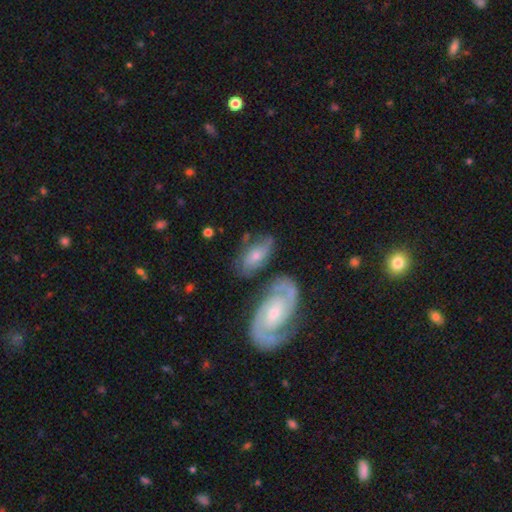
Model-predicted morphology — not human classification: This appears to be a featured or disk galaxy (60%) with no bar (60%), spiral arms (86%) and a small central bulge (52%). Merging: none (55%).